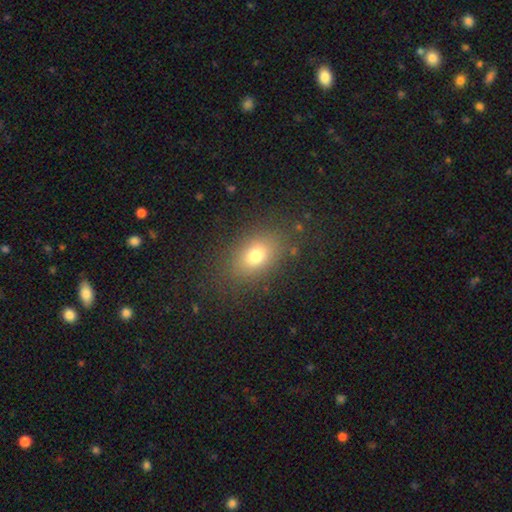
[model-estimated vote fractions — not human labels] Smooth or featured?
  - smooth: 77% *
  - star or artifact: 12%
  - featured or disk: 11%
How rounded?
  - in between: 77% *
  - round: 21%
  - cigar-shaped: 2%
Merging?
  - none: 83% *
  - minor disturbance: 11%
  - major disturbance: 5%
  - merger: 1%